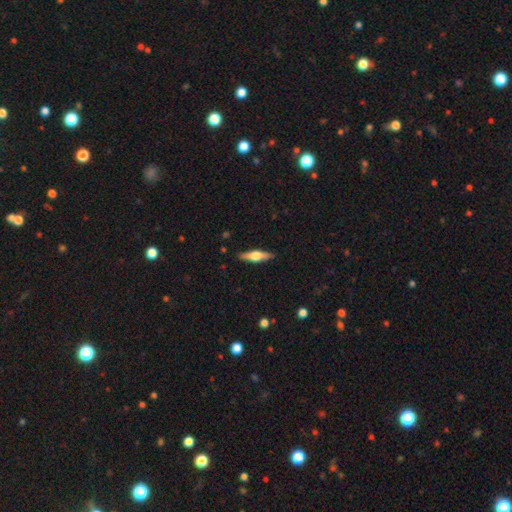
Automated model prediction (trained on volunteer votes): Q: Smooth or featured?
A: featured or disk (63%); runner-up: smooth (31%)
Q: Edge-on disk?
A: yes (96%); runner-up: no (4%)
Q: Edge-on bulge?
A: rounded (92%); runner-up: boxy (6%)
Q: Merging?
A: none (89%); runner-up: minor disturbance (8%)